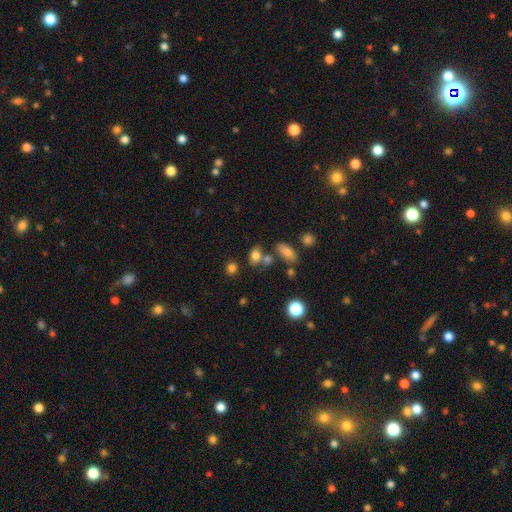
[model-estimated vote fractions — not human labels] Smooth or featured: smooth — 79% (star or artifact — 12%)
How rounded: in between — 68% (round — 29%)
Merging: none — 60% (merger — 21%)